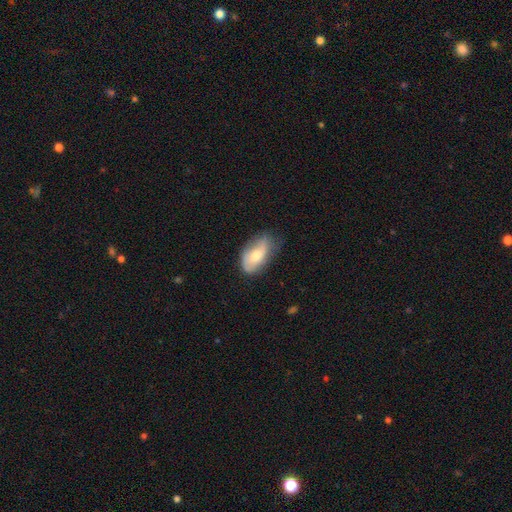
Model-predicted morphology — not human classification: A smooth galaxy with no disk features (58%) that is in between round and cigar-shaped (92%).

Vote fractions:
- Smooth or featured? smooth: 58% / featured or disk: 35% / star or artifact: 6%
- How rounded? in between: 92% / round: 4% / cigar-shaped: 4%
- Merging? none: 57% / minor disturbance: 32% / major disturbance: 9% / merger: 2%